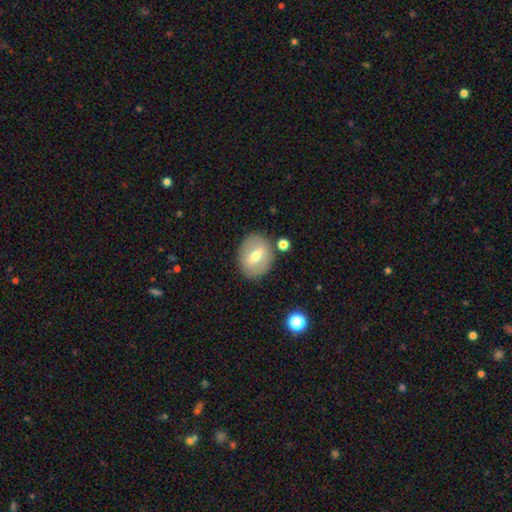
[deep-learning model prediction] Q: Smooth or featured?
A: smooth (53%); runner-up: featured or disk (39%)
Q: How rounded?
A: in between (50%); runner-up: round (49%)
Q: Merging?
A: none (82%); runner-up: minor disturbance (11%)